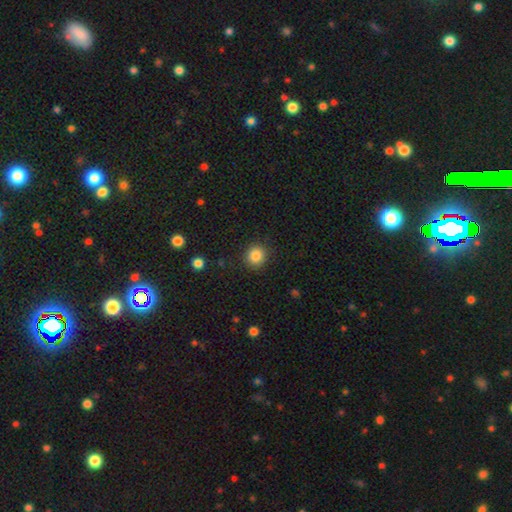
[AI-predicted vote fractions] This is clearly a smooth galaxy (85%). How rounded: clearly round (87%). Merging: clearly none (90%).